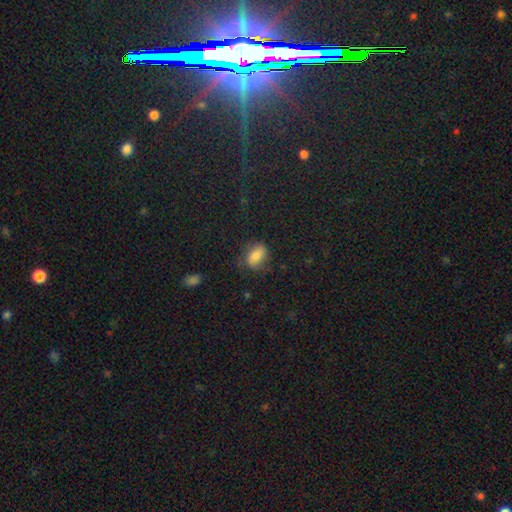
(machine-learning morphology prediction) Q: Smooth or featured?
A: smooth (74%); runner-up: featured or disk (15%)
Q: How rounded?
A: in between (80%); runner-up: round (17%)
Q: Merging?
A: none (64%); runner-up: minor disturbance (23%)